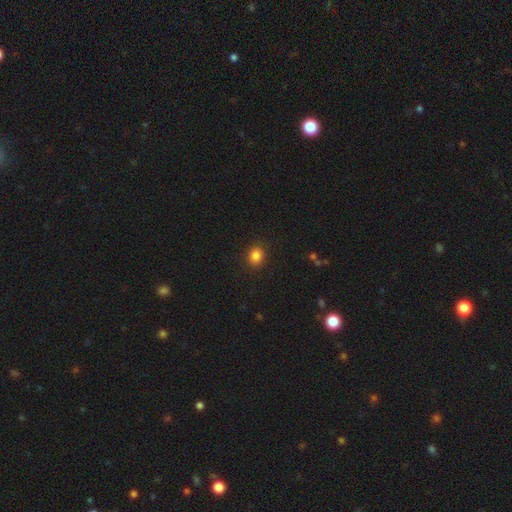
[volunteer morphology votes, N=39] Volunteers were most divided on "how rounded": round: 63%, in between: 37%, cigar-shaped: 0%. More confident: smooth or featured — smooth (90%); merging — none (81%).